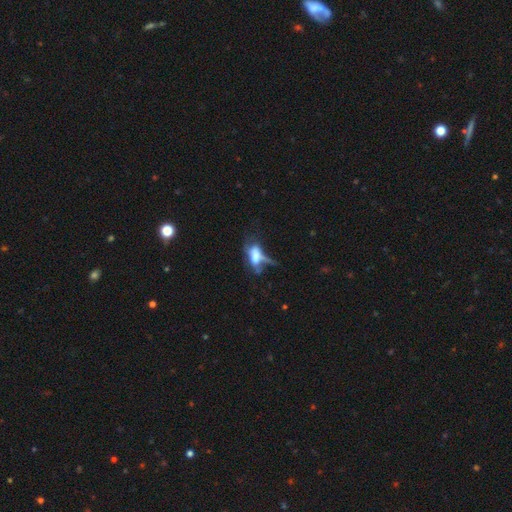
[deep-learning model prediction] The model was most divided on "smooth or featured": smooth: 51%, featured or disk: 36%, star or artifact: 13%. Remaining: how rounded — in between (78%); merging — major disturbance (42%).